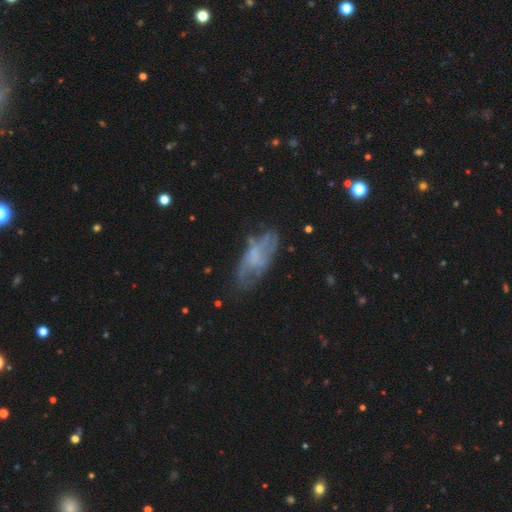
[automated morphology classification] The model was most divided on "spiral arms": yes: 54%, no: 46%. More confident: edge-on disk — no (89%); bar — no (72%); merging — none (57%); smooth or featured — featured or disk (57%); bulge size — none (54%).